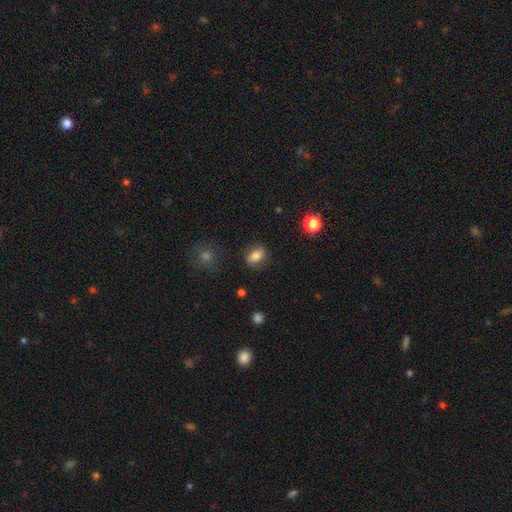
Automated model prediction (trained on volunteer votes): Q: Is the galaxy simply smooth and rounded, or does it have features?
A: smooth — 74%.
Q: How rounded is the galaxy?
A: in between — 67%.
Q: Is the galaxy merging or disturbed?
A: none — 80%.